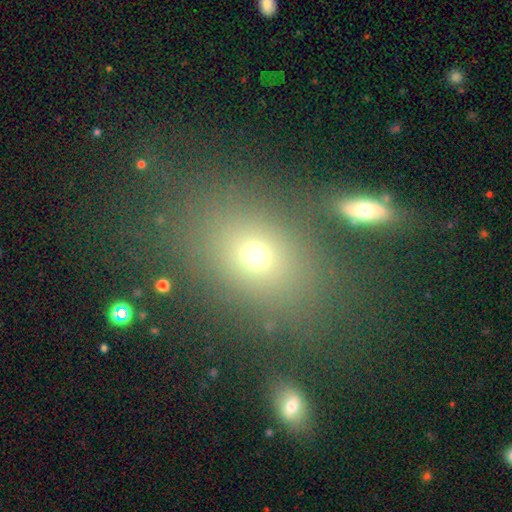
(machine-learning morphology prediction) smooth 65%, star or artifact 20%, featured or disk 14%. Down the decision tree: how rounded — in between (61%); merging — none (73%).